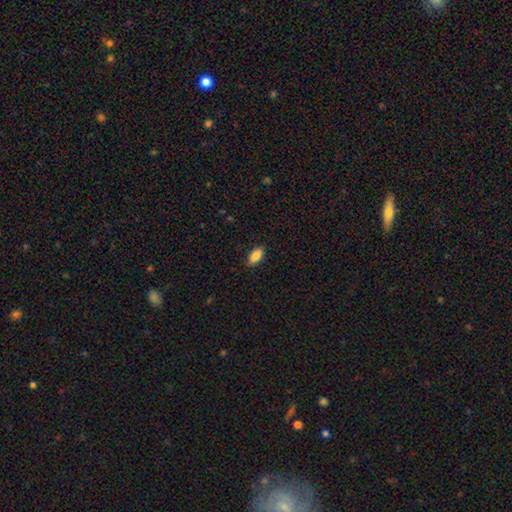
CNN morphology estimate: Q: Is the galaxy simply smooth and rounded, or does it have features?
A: smooth — 87%.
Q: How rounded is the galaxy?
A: in between — 89%.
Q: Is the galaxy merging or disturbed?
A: none — 86%.